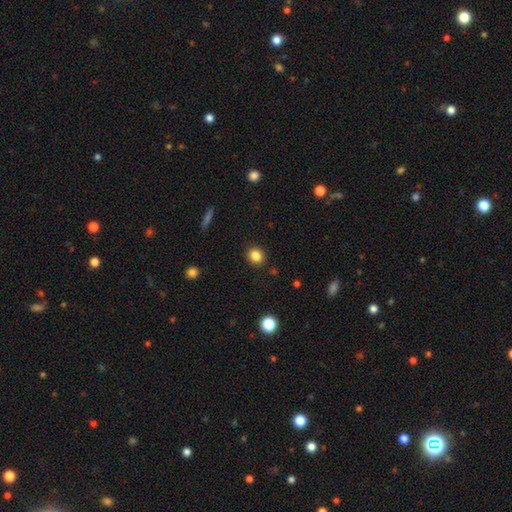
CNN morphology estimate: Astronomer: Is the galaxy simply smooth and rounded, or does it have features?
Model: smooth — 84%.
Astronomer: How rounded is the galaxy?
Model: round — 83%.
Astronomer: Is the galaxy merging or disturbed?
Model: none — 91%.